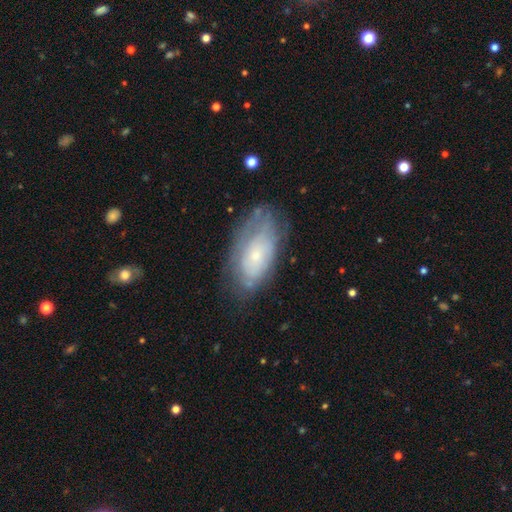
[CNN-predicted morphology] smooth_or_featured: featured or disk (p=0.55) [alt: smooth p=0.37]
disk_edge_on: no (p=0.91) [alt: yes p=0.09]
merging: none (p=0.63) [alt: minor disturbance p=0.25]